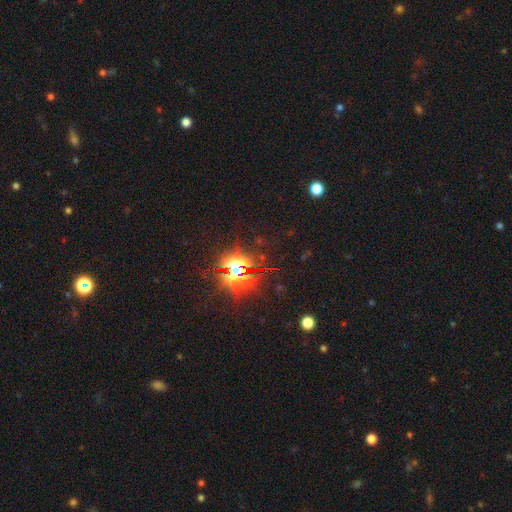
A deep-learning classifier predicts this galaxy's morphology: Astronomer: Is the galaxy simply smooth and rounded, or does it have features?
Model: star or artifact — 84%.